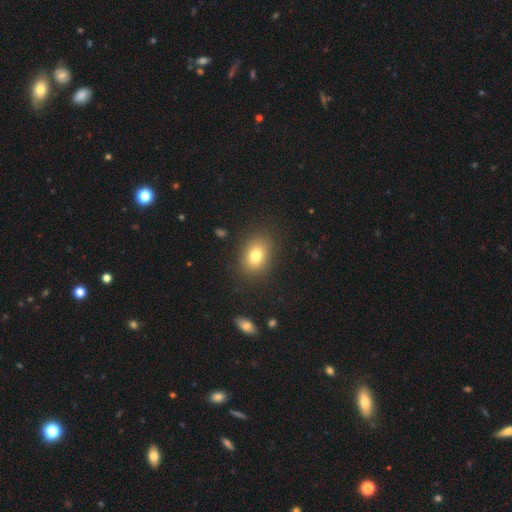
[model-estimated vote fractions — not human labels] The model was most divided on "how rounded": in between: 63%, round: 36%, cigar-shaped: 1%. More confident: merging — none (86%); smooth or featured — smooth (77%).